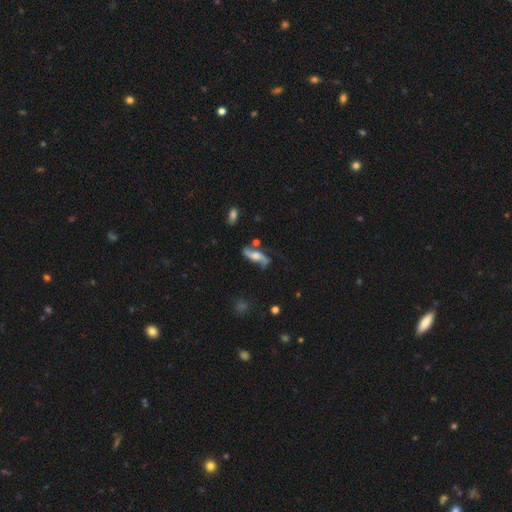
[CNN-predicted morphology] This appears to be a featured or disk galaxy (79%) with no bar (55%), 2 (92%) loose (78%) spiral arms (93%) and a moderate central bulge (45%). Merging: none (63%).